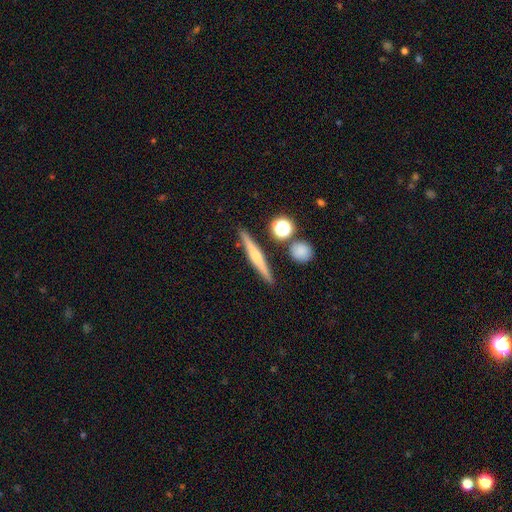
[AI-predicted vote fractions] This appears to be a featured or disk galaxy (58%) viewed edge-on (97%) with a rounded central bulge (66%). Merging: none (87%).